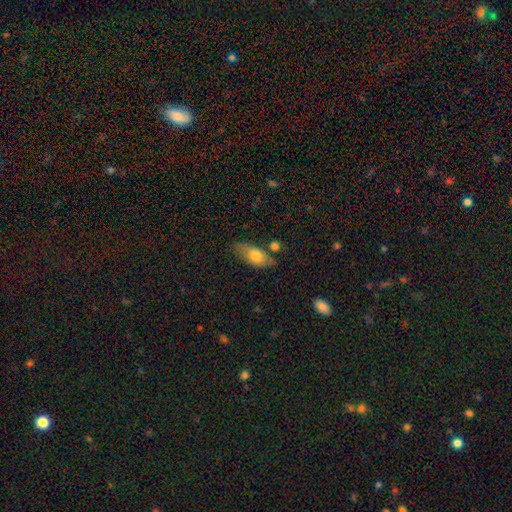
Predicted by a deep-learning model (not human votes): smooth 71%, featured or disk 22%, star or artifact 7%. Down the decision tree: how rounded — in between (83%); merging — none (61%).